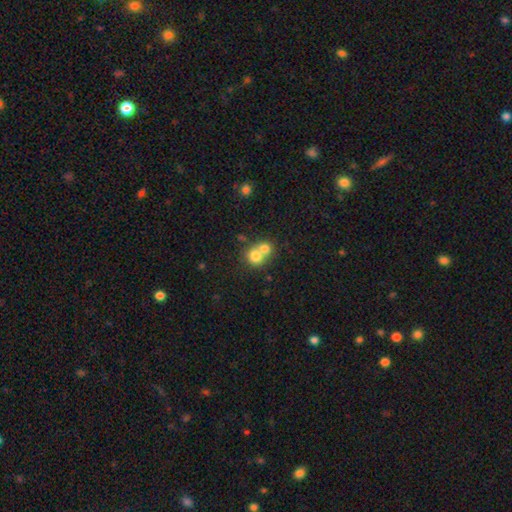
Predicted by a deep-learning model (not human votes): smooth 75%, featured or disk 15%, star or artifact 10%. Down the decision tree: how rounded — round (81%); merging — merger (64%).